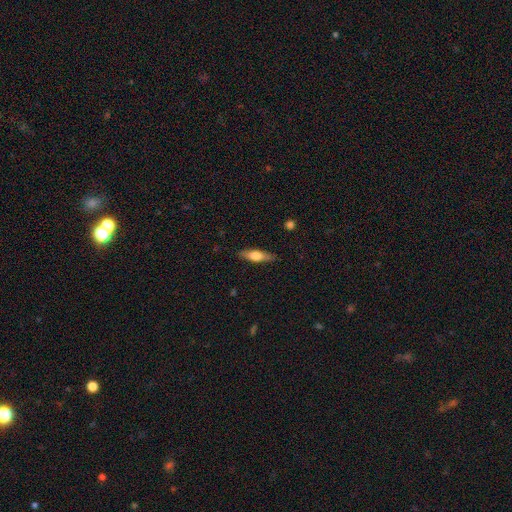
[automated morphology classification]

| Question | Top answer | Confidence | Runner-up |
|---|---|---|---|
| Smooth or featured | smooth | 55% | featured or disk (39%) |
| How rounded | cigar-shaped | 63% | in between (34%) |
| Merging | none | 86% | minor disturbance (11%) |